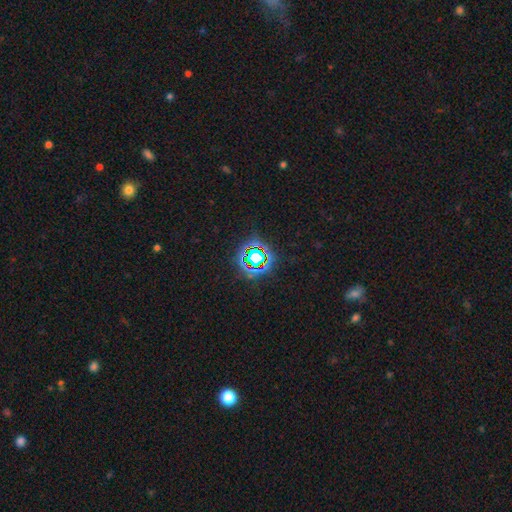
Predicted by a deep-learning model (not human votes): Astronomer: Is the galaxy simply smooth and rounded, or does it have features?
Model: star or artifact — 70%.